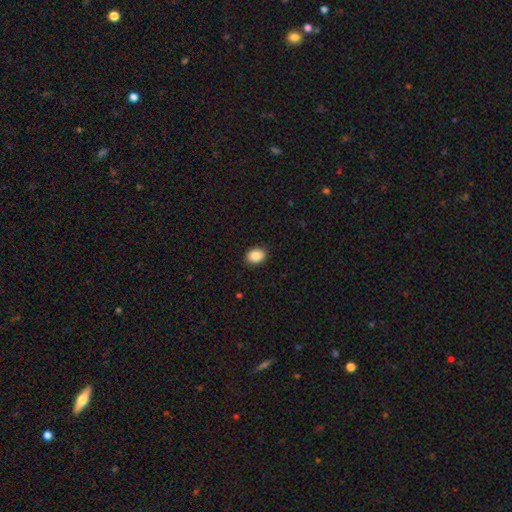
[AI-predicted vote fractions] Overall: smooth (88%). How rounded: in between (64%; round 35%). Merging: none (89%).